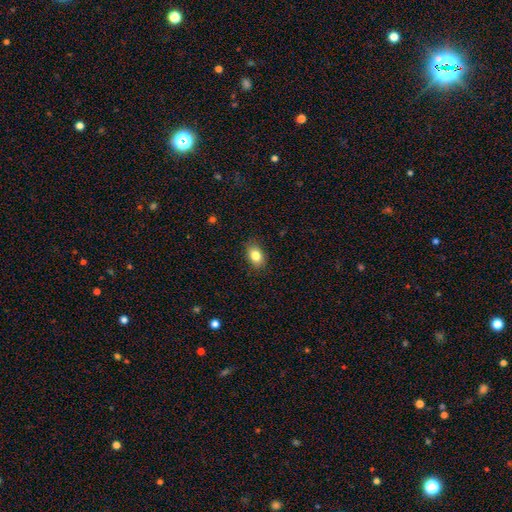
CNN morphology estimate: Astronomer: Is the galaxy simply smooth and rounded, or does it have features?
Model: smooth — 82%.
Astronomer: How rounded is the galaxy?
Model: in between — 83%.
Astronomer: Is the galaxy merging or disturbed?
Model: none — 86%.